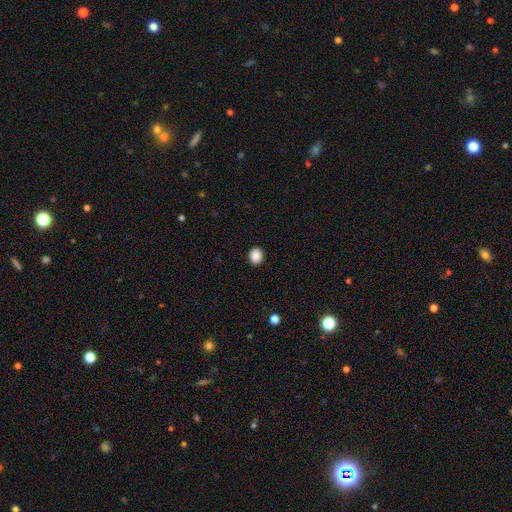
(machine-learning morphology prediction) The model was most divided on "how rounded": round: 65%, in between: 34%, cigar-shaped: 1%. More confident: merging — none (92%); smooth or featured — smooth (89%).